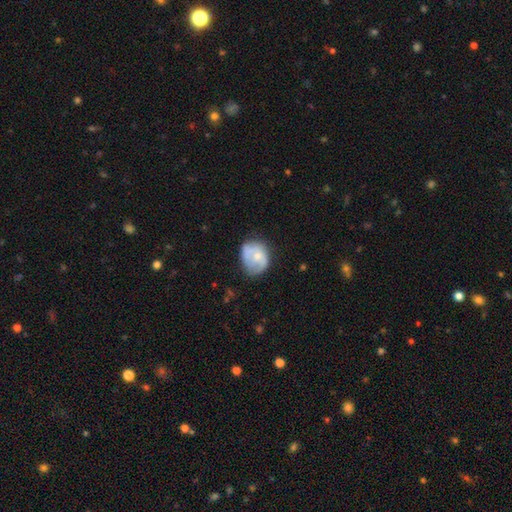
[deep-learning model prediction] Morphology: type=smooth (47%); merging=none (50%).